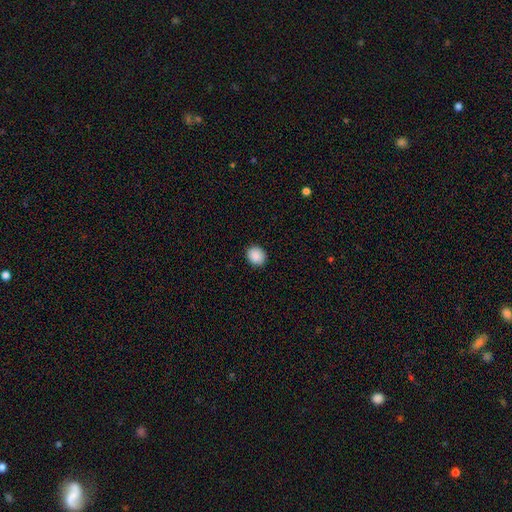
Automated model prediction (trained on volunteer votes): A smooth galaxy with no disk features (90%) that is round (72%).

Vote fractions:
- Smooth or featured? smooth: 90% / star or artifact: 8% / featured or disk: 2%
- How rounded? round: 72% / in between: 27% / cigar-shaped: 1%
- Merging? none: 90% / minor disturbance: 7% / major disturbance: 2% / merger: 1%